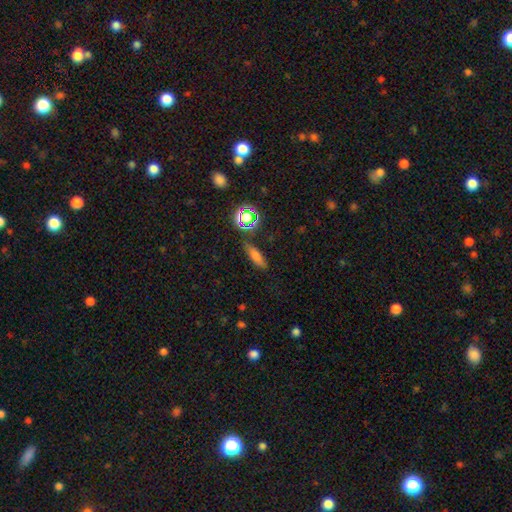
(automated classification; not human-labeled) smooth-or-featured: smooth: 69% | star or artifact: 17% | featured or disk: 14%
  how-rounded: cigar-shaped: 56% | in between: 38% | round: 6%
  merging: none: 79% | minor disturbance: 13% | major disturbance: 4% | merger: 3%